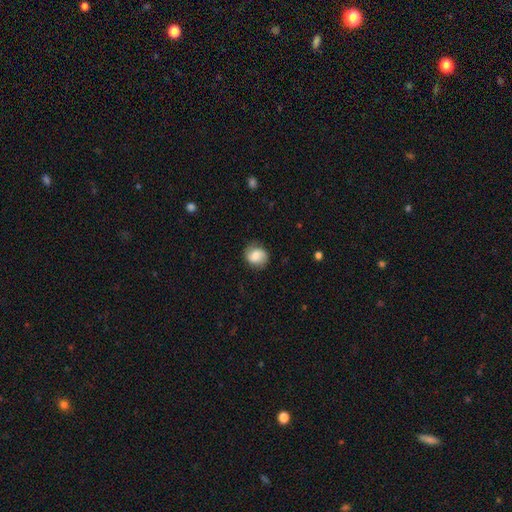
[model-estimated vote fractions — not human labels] A smooth galaxy with no disk features (68%) that is round (69%).

Vote fractions:
- Smooth or featured? smooth: 68% / featured or disk: 24% / star or artifact: 8%
- How rounded? round: 69% / in between: 30% / cigar-shaped: 1%
- Merging? none: 73% / minor disturbance: 20% / major disturbance: 6% / merger: 1%